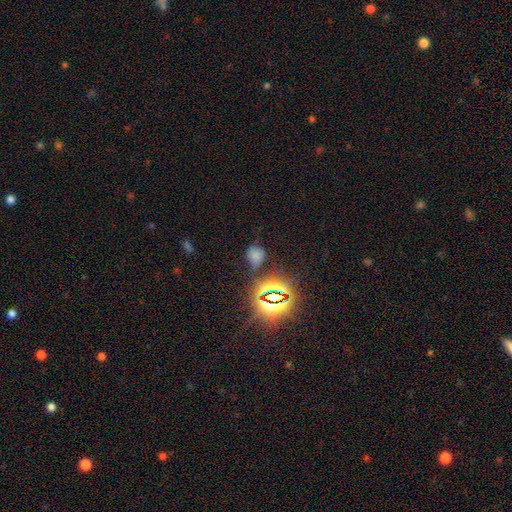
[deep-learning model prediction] Q: Smooth or featured?
A: smooth (55%); runner-up: star or artifact (37%)
Q: How rounded?
A: round (68%); runner-up: in between (30%)
Q: Merging?
A: none (67%); runner-up: minor disturbance (21%)